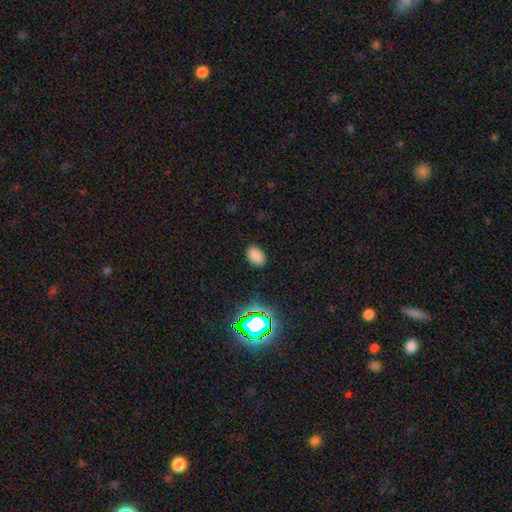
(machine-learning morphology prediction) Smooth or featured?
  - smooth: 79% *
  - star or artifact: 17%
  - featured or disk: 5%
How rounded?
  - in between: 83% *
  - round: 16%
  - cigar-shaped: 1%
Merging?
  - none: 85% *
  - minor disturbance: 10%
  - major disturbance: 3%
  - merger: 1%